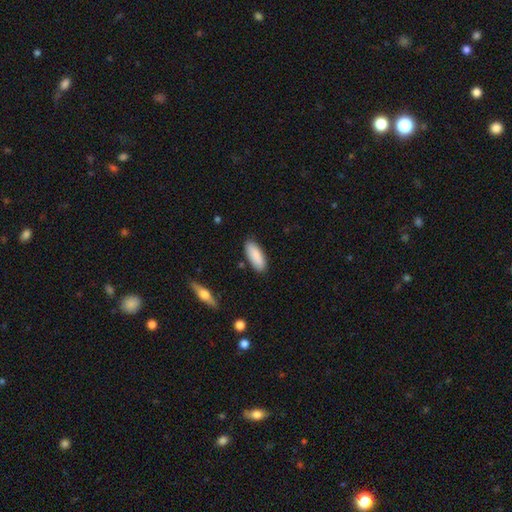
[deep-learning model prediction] Overall: smooth (88%). How rounded: in between (73%). Merging: none (84%).